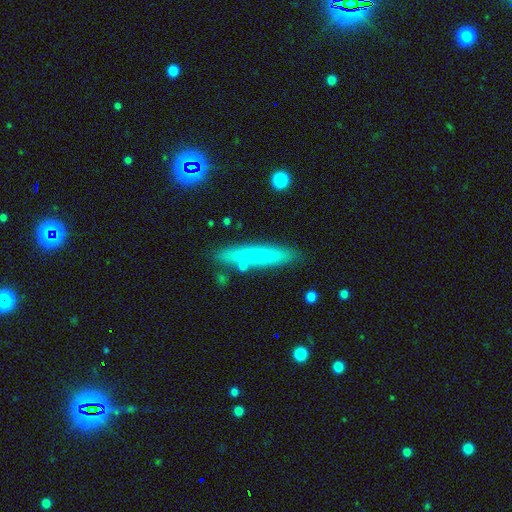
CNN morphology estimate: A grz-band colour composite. It shows a smooth galaxy with no disk features (64%) that is cigar-shaped (90%). Merging: none (84%).